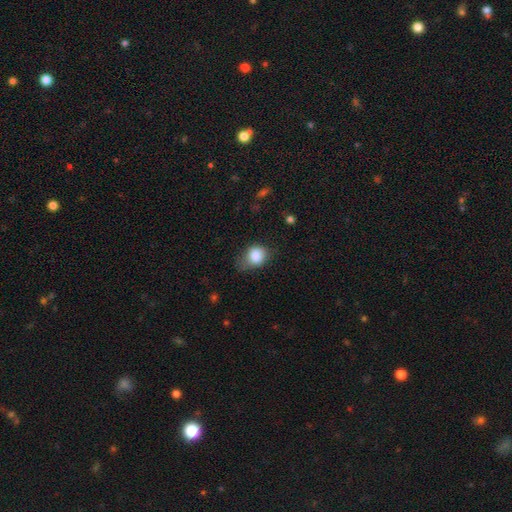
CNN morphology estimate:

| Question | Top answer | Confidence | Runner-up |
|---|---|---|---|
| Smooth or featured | smooth | 83% | star or artifact (9%) |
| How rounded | round | 53% | in between (46%) |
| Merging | none | 43% | minor disturbance (38%) |